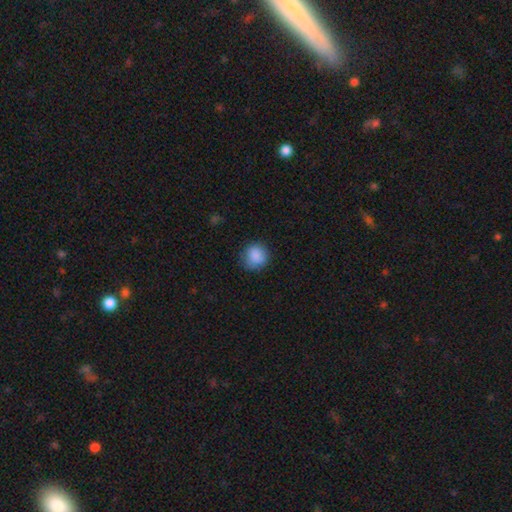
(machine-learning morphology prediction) smooth 88%, star or artifact 8%, featured or disk 4%. Down the decision tree: how rounded — round (84%); merging — none (79%).